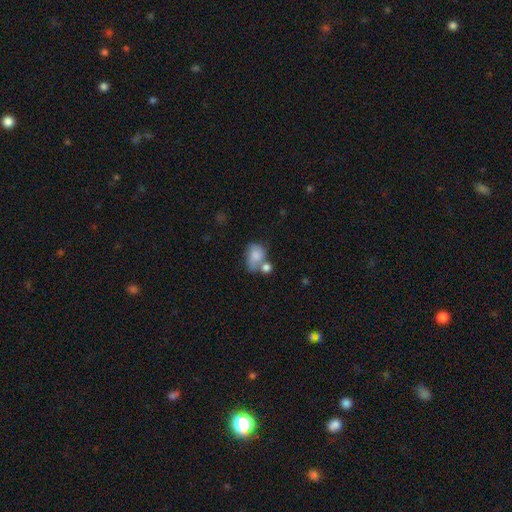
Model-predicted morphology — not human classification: This is likely a smooth galaxy (73%). How rounded: likely in between (63%). Merging: marginally merger (42%).